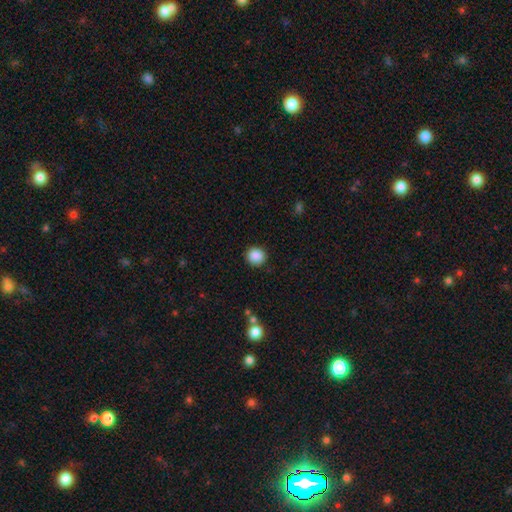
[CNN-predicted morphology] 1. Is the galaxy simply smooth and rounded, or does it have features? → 88% smooth, 9% star or artifact, 3% featured or disk.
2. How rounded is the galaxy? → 92% round, 7% in between, 1% cigar-shaped.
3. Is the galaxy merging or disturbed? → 90% none, 6% minor disturbance, 2% major disturbance, 1% merger.